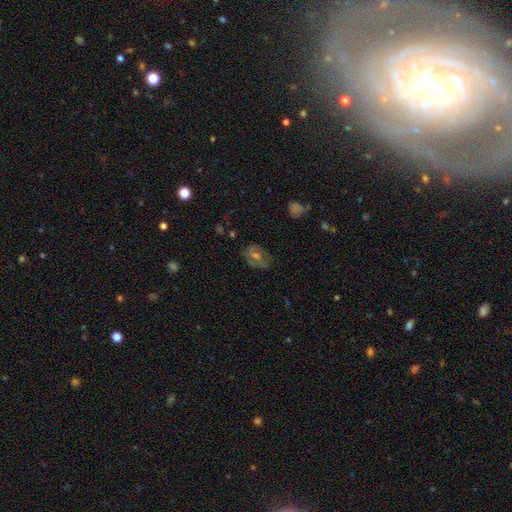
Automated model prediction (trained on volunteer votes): smooth-or-featured: featured or disk: 46% | smooth: 35% | star or artifact: 19%
  merging: none: 76% | minor disturbance: 16% | major disturbance: 7% | merger: 2%